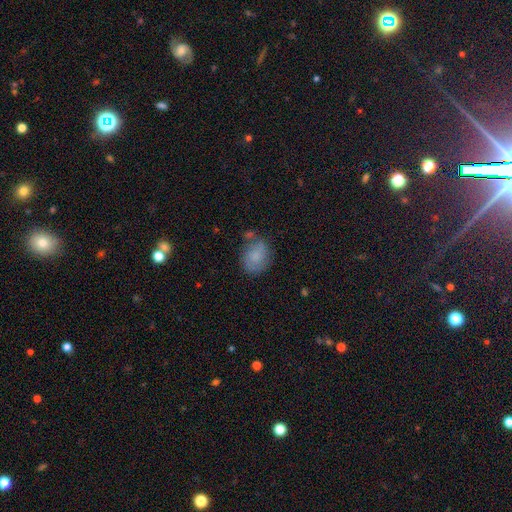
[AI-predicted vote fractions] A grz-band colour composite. It shows a smooth galaxy with no disk features (65%) that is in between round and cigar-shaped (52%). Merging: none (57%).